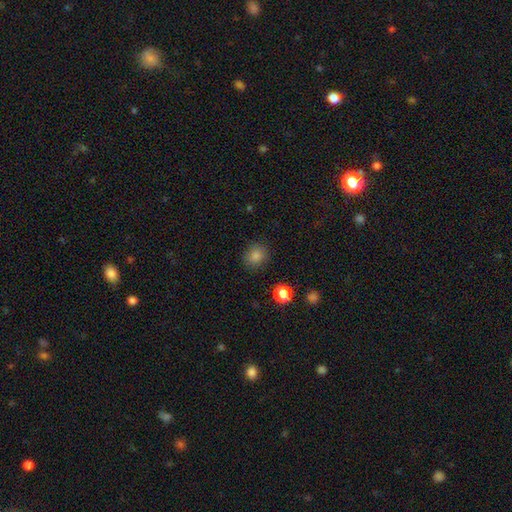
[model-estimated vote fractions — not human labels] This appears to be a smooth galaxy with no disk features (83%) that is round (81%). Merging: none (88%).